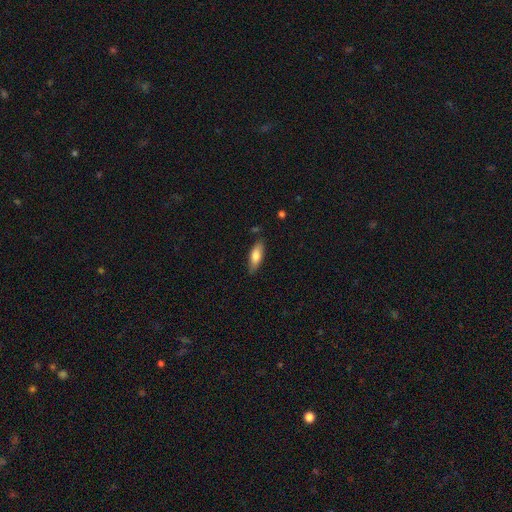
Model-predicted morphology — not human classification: This appears to be a smooth galaxy with no disk features (76%) that is in between round and cigar-shaped (63%). Merging: none (82%).